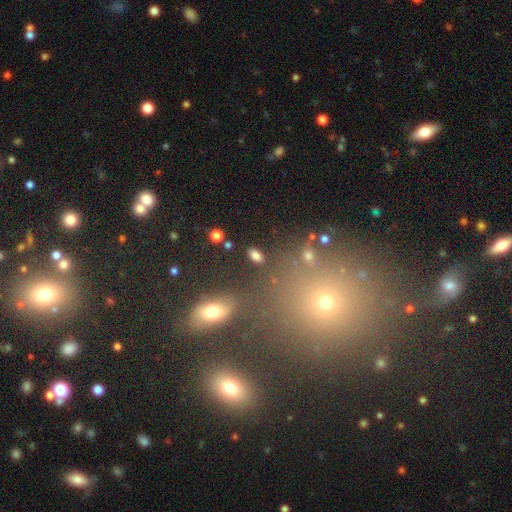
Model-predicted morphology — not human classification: smooth 82%, star or artifact 11%, featured or disk 7%. Down the decision tree: how rounded — in between (90%); merging — none (84%).